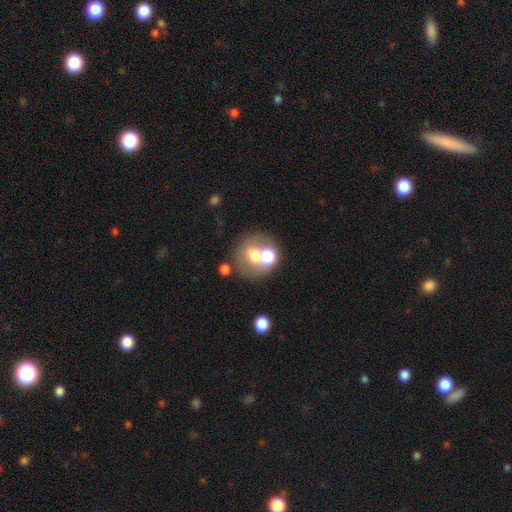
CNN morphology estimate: Smooth or featured: smooth — 61% (featured or disk — 27%)
How rounded: round — 71% (in between — 28%)
Merging: merger — 44% (none — 40%)